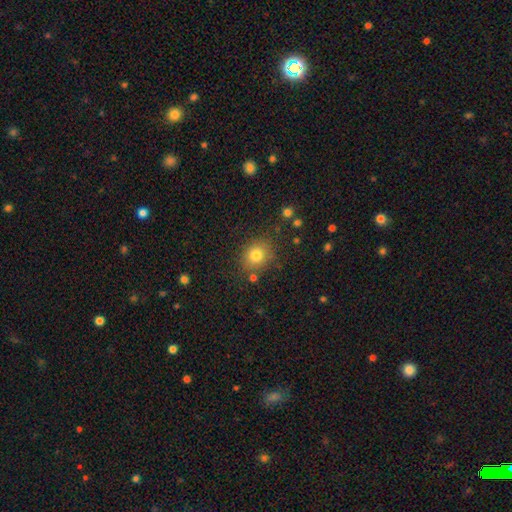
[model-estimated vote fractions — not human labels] Smooth or featured? Predicted: smooth (p=0.79). How rounded? Predicted: round (p=0.71). Merging? Predicted: none (p=0.81).